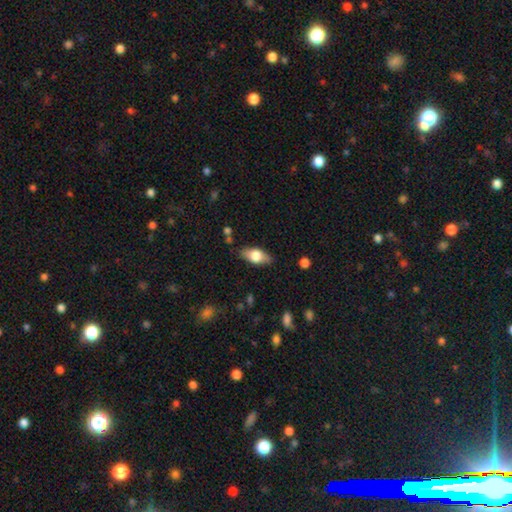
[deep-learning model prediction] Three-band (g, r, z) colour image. It shows a smooth galaxy with no disk features (64%) that is in between round and cigar-shaped (84%). Merging: none (81%).